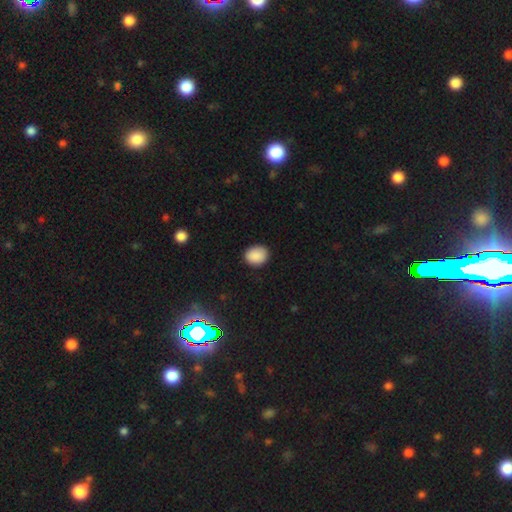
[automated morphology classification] smooth-or-featured: smooth: 89% | star or artifact: 8% | featured or disk: 3%
  how-rounded: round: 52% | in between: 47% | cigar-shaped: 1%
  merging: none: 87% | minor disturbance: 10% | major disturbance: 2% | merger: 1%